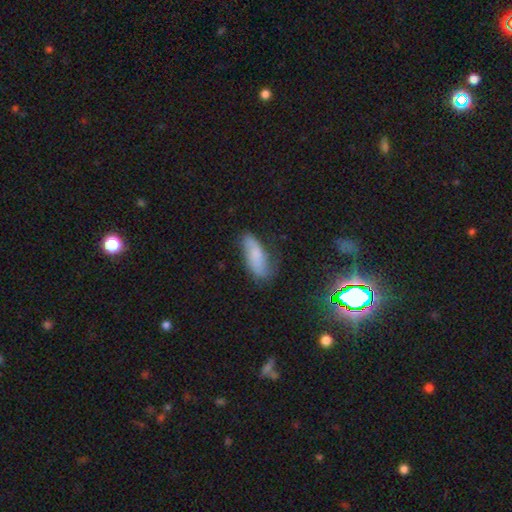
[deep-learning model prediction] smooth_or_featured: smooth (p=0.65) [alt: featured or disk p=0.24]
how_rounded: in between (p=0.66) [alt: cigar-shaped p=0.31]
merging: none (p=0.64) [alt: minor disturbance p=0.26]